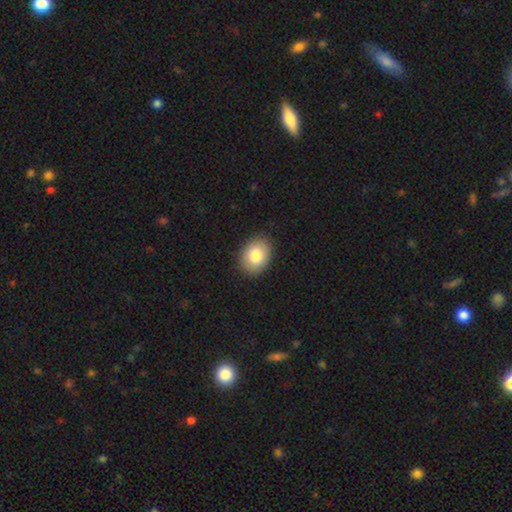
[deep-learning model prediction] smooth_or_featured: smooth (p=0.83) [alt: featured or disk p=0.09]
how_rounded: in between (p=0.68) [alt: round p=0.31]
merging: none (p=0.89) [alt: minor disturbance p=0.08]